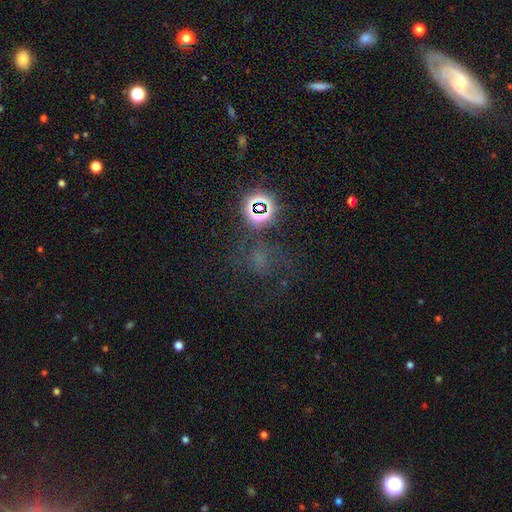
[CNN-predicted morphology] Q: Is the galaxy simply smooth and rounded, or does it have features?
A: star or artifact — 56%.